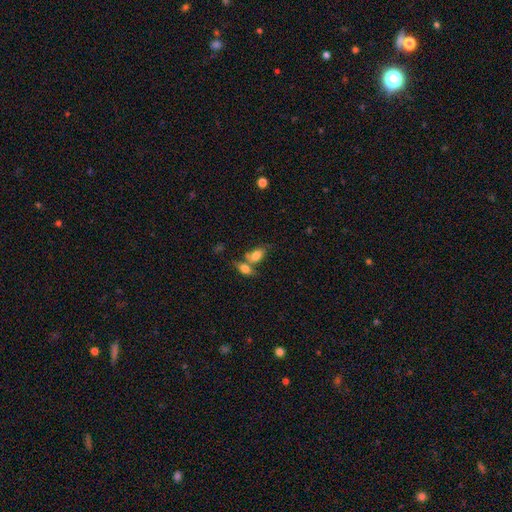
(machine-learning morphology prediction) type=smooth (75%); roundness=in between (86%); merging=merger (47%).